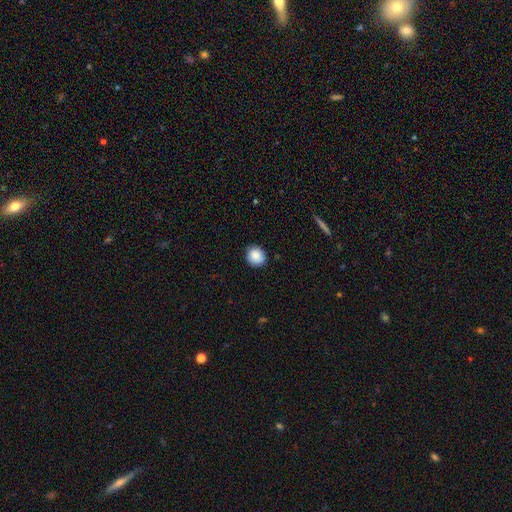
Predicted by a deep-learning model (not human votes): This is clearly a smooth galaxy (87%). How rounded: clearly round (83%). Merging: clearly none (86%).